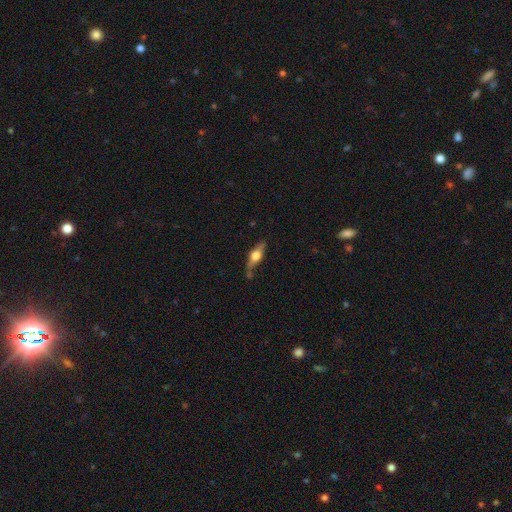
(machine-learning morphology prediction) smooth_or_featured: featured or disk (p=0.65) [alt: smooth p=0.28]
disk_edge_on: yes (p=0.91) [alt: no p=0.09]
edge_on_bulge: rounded (p=0.94) [alt: boxy p=0.04]
merging: none (p=0.66) [alt: minor disturbance p=0.21]